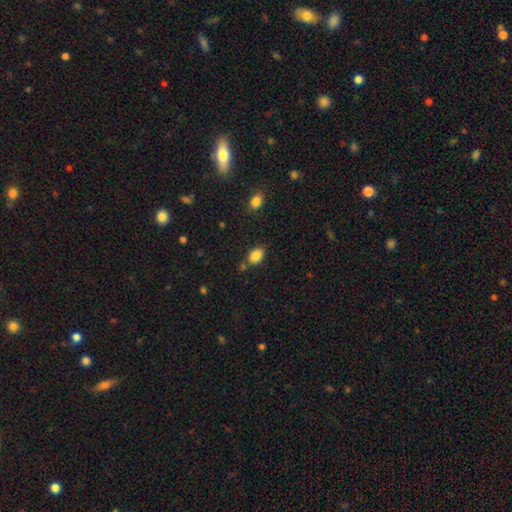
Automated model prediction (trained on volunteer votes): Smooth or featured?
  - smooth: 86% *
  - star or artifact: 9%
  - featured or disk: 5%
How rounded?
  - in between: 80% *
  - round: 19%
  - cigar-shaped: 1%
Merging?
  - none: 70% *
  - minor disturbance: 16%
  - merger: 9%
  - major disturbance: 4%